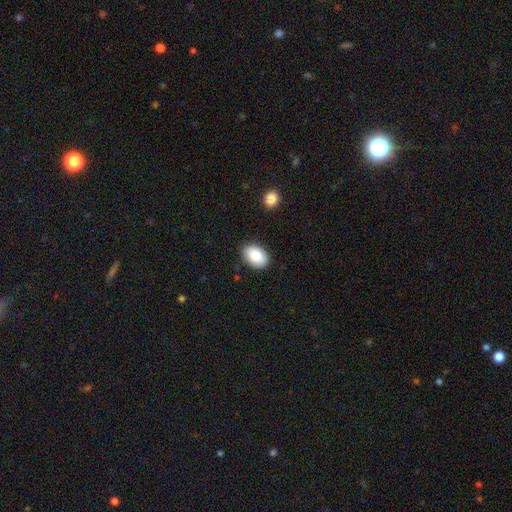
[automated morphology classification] Smooth or featured? smooth (86%)
How rounded? in between (86%)
Merging? none (85%)